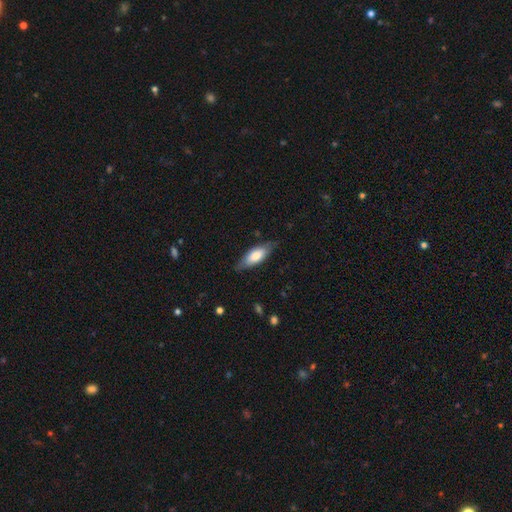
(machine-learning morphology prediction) smooth 67%, featured or disk 28%, star or artifact 6%. Down the decision tree: how rounded — in between (70%); merging — none (77%).